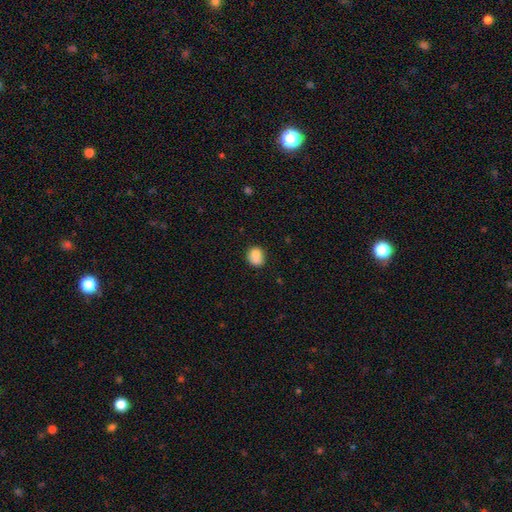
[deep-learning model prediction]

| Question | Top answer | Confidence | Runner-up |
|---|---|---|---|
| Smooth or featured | smooth | 82% | featured or disk (9%) |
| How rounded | round | 68% | in between (31%) |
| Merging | none | 63% | minor disturbance (20%) |